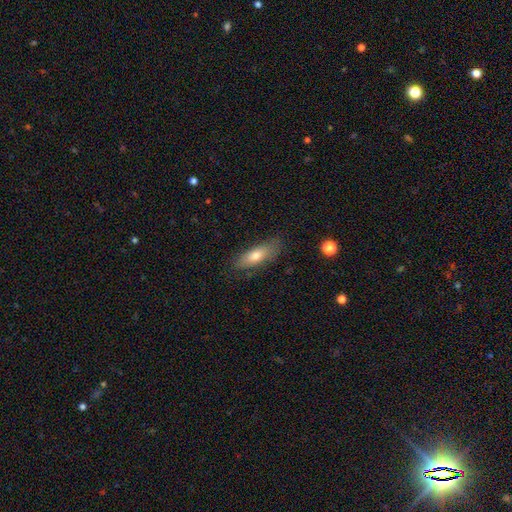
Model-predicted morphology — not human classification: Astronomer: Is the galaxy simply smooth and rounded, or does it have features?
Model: smooth — 67%.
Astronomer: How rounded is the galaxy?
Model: in between — 55% (runner-up: cigar-shaped, 42%).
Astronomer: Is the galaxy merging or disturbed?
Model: none — 79%.